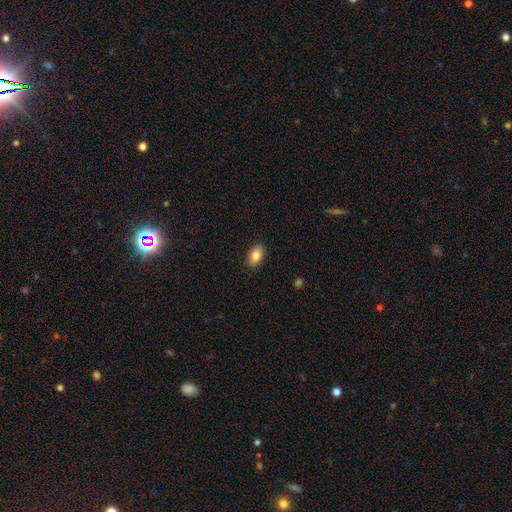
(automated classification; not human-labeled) smooth 83%, featured or disk 10%, star or artifact 7%. Down the decision tree: how rounded — in between (92%); merging — none (89%).